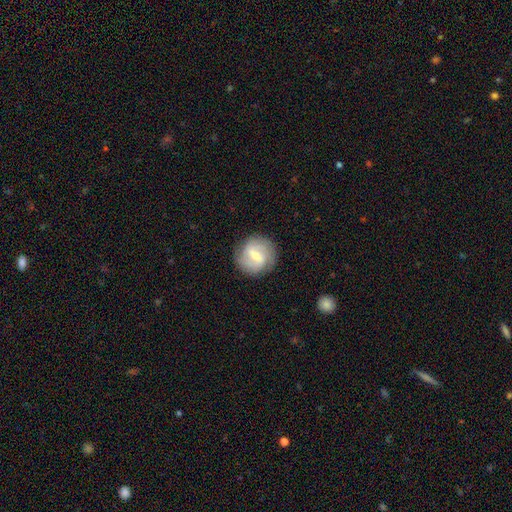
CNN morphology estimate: featured or disk 69%, smooth 25%, star or artifact 6%. Down the decision tree: edge-on disk — no (97%); bar — weak (59%); spiral arms — yes (89%); spiral arm count — 2 (64%); spiral winding — medium (44%); bulge size — small (53%); merging — none (84%).